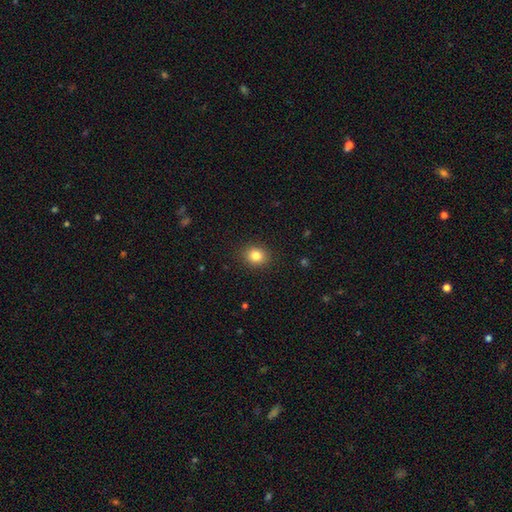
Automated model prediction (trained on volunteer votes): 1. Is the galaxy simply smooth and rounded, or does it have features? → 83% smooth, 11% star or artifact, 7% featured or disk.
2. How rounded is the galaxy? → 68% round, 31% in between, 1% cigar-shaped.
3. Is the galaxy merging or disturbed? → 90% none, 7% minor disturbance, 2% major disturbance, 1% merger.